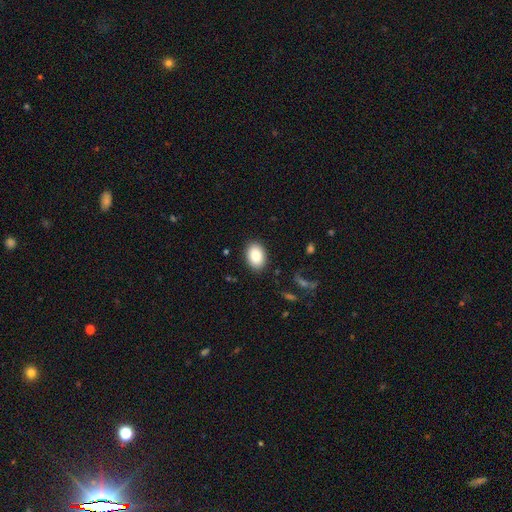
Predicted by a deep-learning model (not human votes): This appears to be a smooth galaxy with no disk features (87%) that is in between round and cigar-shaped (85%). Merging: none (88%).